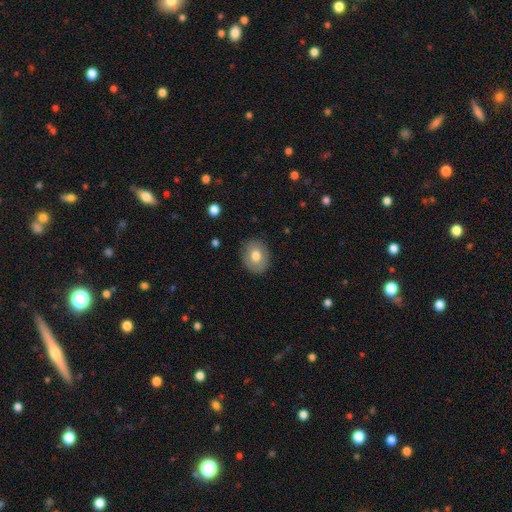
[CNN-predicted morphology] type=smooth (74%); roundness=round (50%); merging=none (86%).